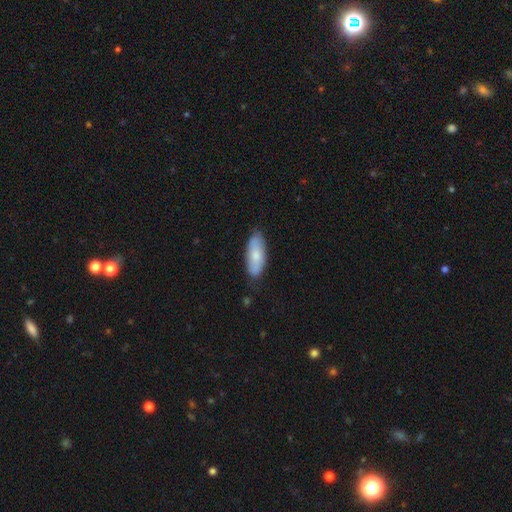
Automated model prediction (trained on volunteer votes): Smooth or featured? Predicted: smooth (p=0.73). How rounded? Predicted: in between (p=0.75). Merging? Predicted: none (p=0.79).